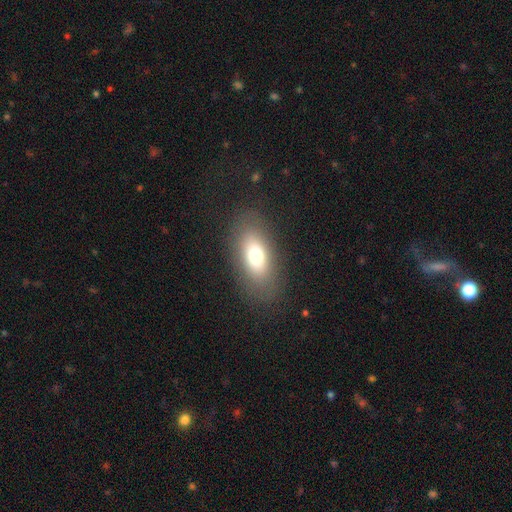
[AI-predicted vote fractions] smooth-or-featured: smooth: 70% | featured or disk: 19% | star or artifact: 11%
  how-rounded: in between: 86% | round: 8% | cigar-shaped: 6%
  merging: none: 83% | minor disturbance: 10% | major disturbance: 5% | merger: 1%